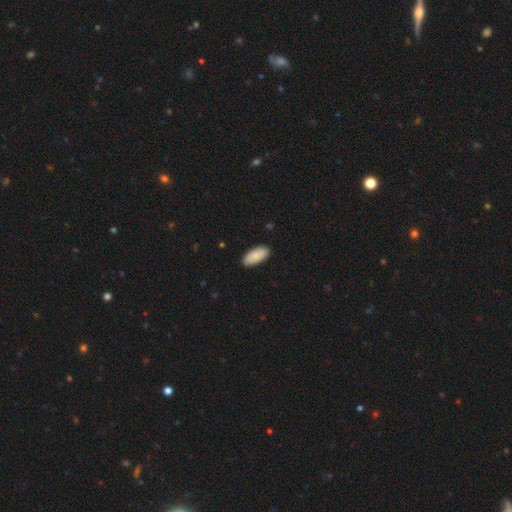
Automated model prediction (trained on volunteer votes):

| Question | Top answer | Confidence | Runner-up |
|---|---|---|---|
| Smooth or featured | smooth | 84% | featured or disk (10%) |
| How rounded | in between | 92% | cigar-shaped (6%) |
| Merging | none | 87% | minor disturbance (10%) |